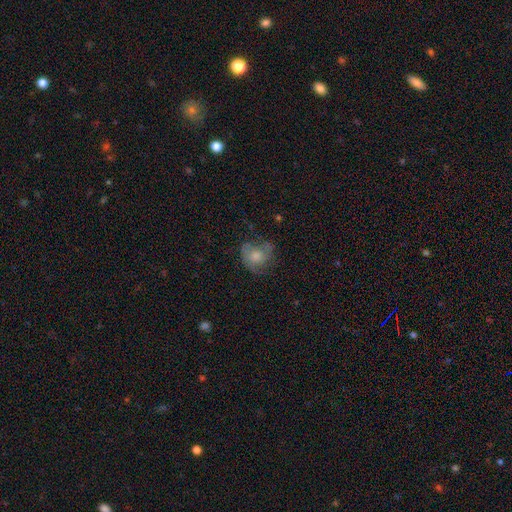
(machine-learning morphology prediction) This appears to be a smooth galaxy with no disk features (54%) that is round (67%). Merging: none (50%).